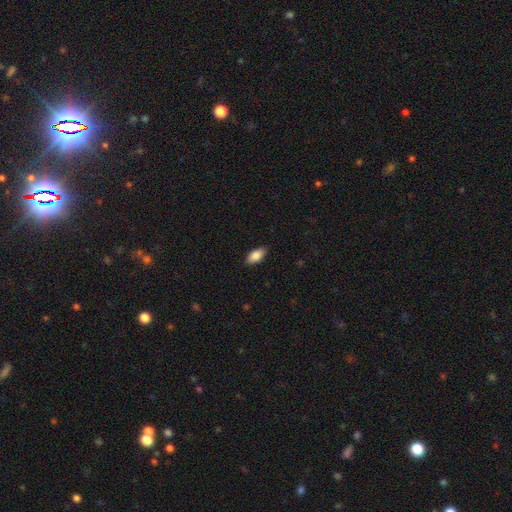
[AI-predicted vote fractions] Q: Smooth or featured?
A: smooth (86%); runner-up: featured or disk (7%)
Q: How rounded?
A: in between (90%); runner-up: cigar-shaped (8%)
Q: Merging?
A: none (88%); runner-up: minor disturbance (9%)